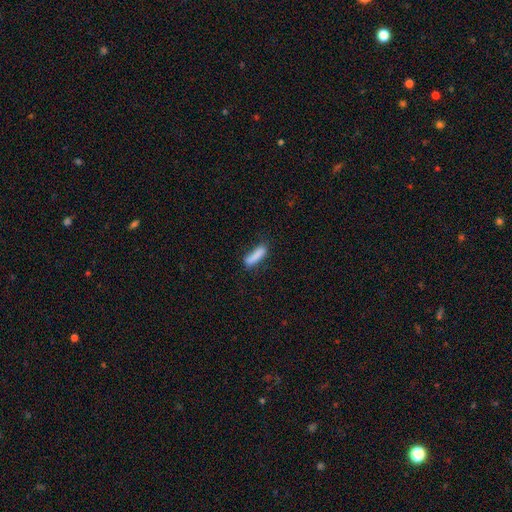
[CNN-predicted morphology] Q: Smooth or featured?
A: smooth (84%); runner-up: featured or disk (9%)
Q: How rounded?
A: cigar-shaped (71%); runner-up: in between (27%)
Q: Merging?
A: none (67%); runner-up: minor disturbance (23%)